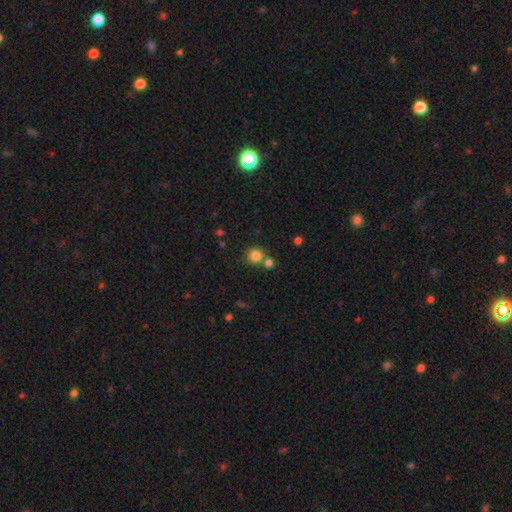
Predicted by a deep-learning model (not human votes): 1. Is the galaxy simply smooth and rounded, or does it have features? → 83% smooth, 12% star or artifact, 5% featured or disk.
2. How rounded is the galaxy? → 90% round, 9% in between, 1% cigar-shaped.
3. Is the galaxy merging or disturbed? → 67% none, 21% merger, 9% minor disturbance, 3% major disturbance.